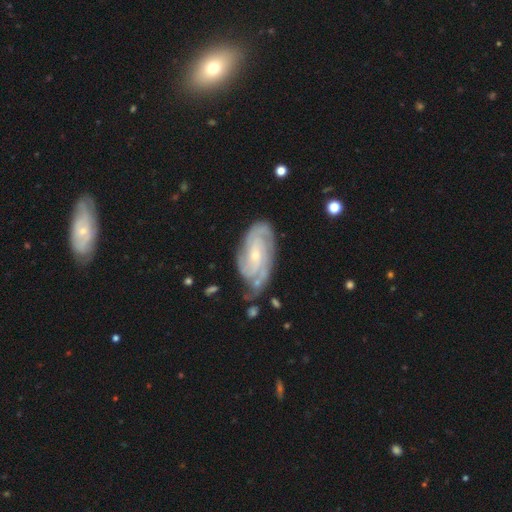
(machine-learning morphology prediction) smooth-or-featured: featured or disk: 85% | smooth: 10% | star or artifact: 5%
  disk-edge-on: no: 95% | yes: 5%
    bar: no: 57% | weak: 34% | strong: 9%
    has-spiral-arms: yes: 96% | no: 4%
      spiral-winding: tight: 63% | medium: 30% | loose: 7%
      spiral-arm-count: 2: 28% | 3: 26% | can't tell: 26% | 4: 11% | 1: 5% | more than 4: 5%
    bulge-size: small: 68% | moderate: 28% | none: 2% | large: 1% | dominant: 1%
  merging: none: 64% | minor disturbance: 24% | major disturbance: 9% | merger: 4%